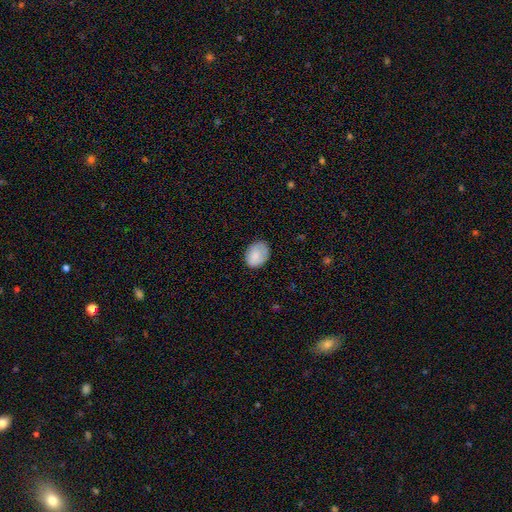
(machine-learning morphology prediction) Overall: smooth (85%). How rounded: in between (67%; round 32%). Merging: none (76%).